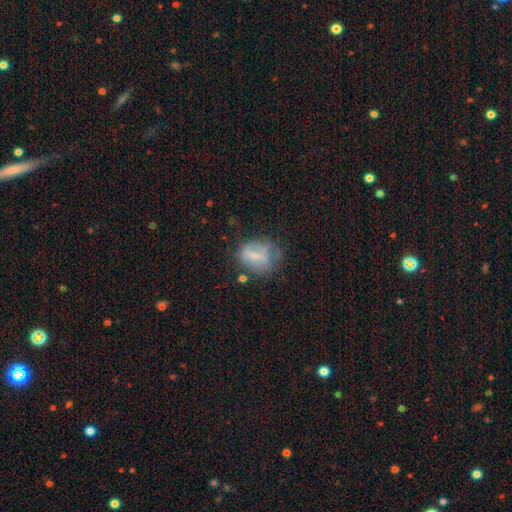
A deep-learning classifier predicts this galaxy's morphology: smooth-or-featured: smooth: 51% | featured or disk: 39% | star or artifact: 11%
  how-rounded: in between: 57% | round: 39% | cigar-shaped: 4%
  merging: none: 49% | minor disturbance: 28% | major disturbance: 17% | merger: 6%